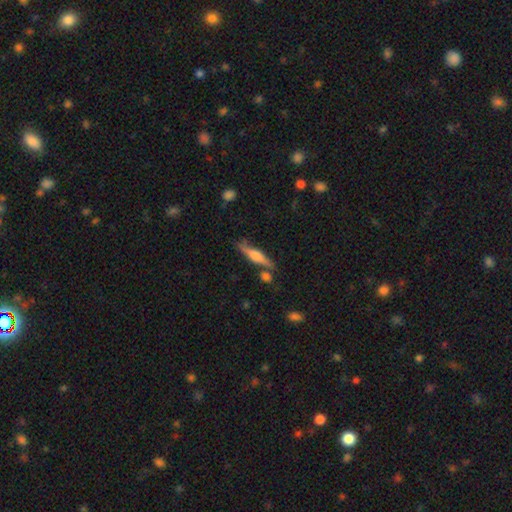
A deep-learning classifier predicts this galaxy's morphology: This is possibly a featured or disk galaxy (59%). It is clearly viewed edge-on (95%). Edge-on bulge: likely rounded (78%). Merging: likely none (74%).